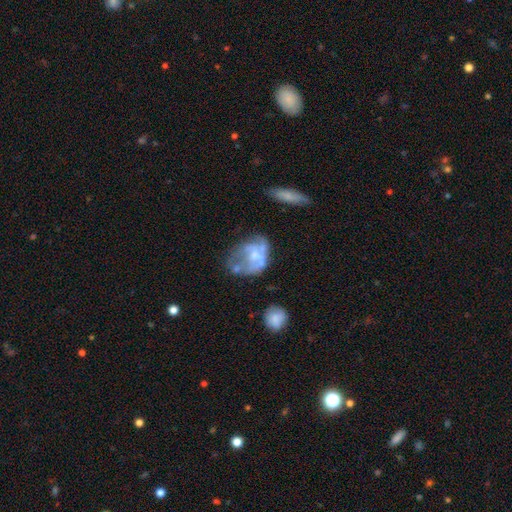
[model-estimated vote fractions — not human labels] Smooth or featured? featured or disk (60%)
Edge-on disk? no (98%)
Bar? no (78%)
Spiral arms? no (70%)
Bulge size? none (33%)
Merging? major disturbance (34%)